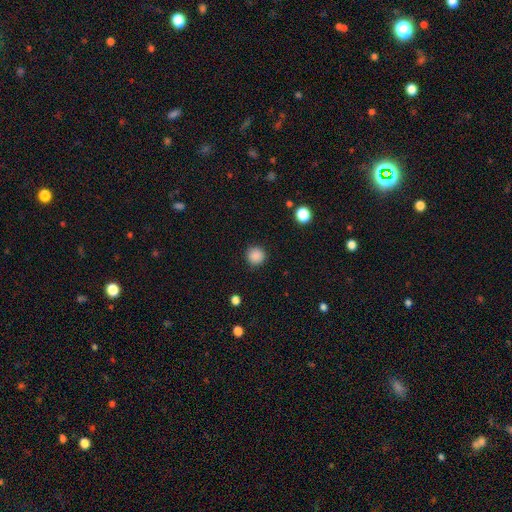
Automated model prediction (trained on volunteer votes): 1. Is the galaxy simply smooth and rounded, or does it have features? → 87% smooth, 10% star or artifact, 3% featured or disk.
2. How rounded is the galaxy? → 94% round, 5% in between, 1% cigar-shaped.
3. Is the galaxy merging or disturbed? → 90% none, 7% minor disturbance, 2% major disturbance, 1% merger.